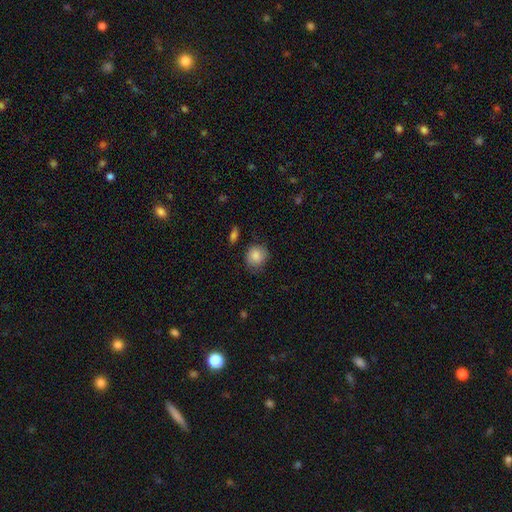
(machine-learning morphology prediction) This is clearly a smooth galaxy (85%). How rounded: likely round (76%). Merging: likely none (73%).